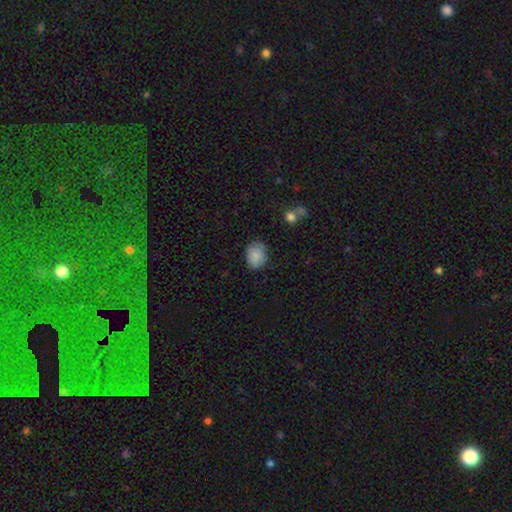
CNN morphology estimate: Overall: smooth (84%). How rounded: in between (61%; round 38%). Merging: none (78%).